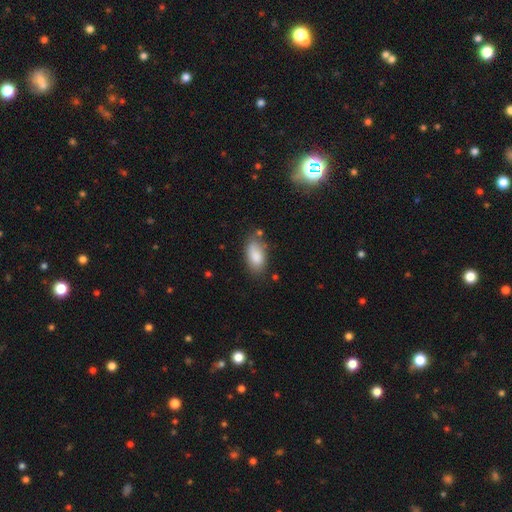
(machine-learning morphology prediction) Smooth or featured? Predicted: smooth (p=0.85). How rounded? Predicted: in between (p=0.92). Merging? Predicted: none (p=0.69).